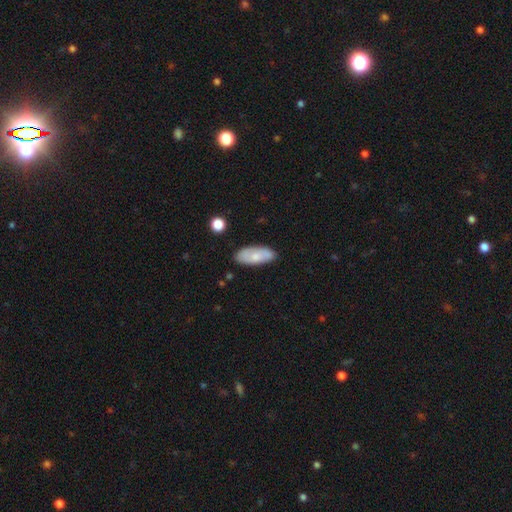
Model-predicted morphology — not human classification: A smooth galaxy with no disk features (69%) that is in between round and cigar-shaped (85%). Merging: none (79%).